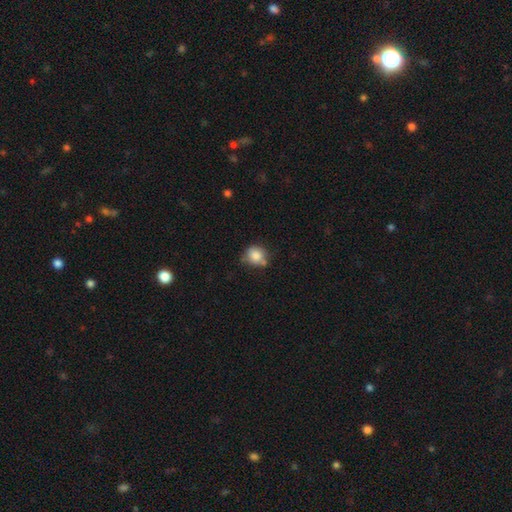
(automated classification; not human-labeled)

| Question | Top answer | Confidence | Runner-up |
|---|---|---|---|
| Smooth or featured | smooth | 82% | star or artifact (10%) |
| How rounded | round | 82% | in between (17%) |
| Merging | none | 60% | minor disturbance (22%) |